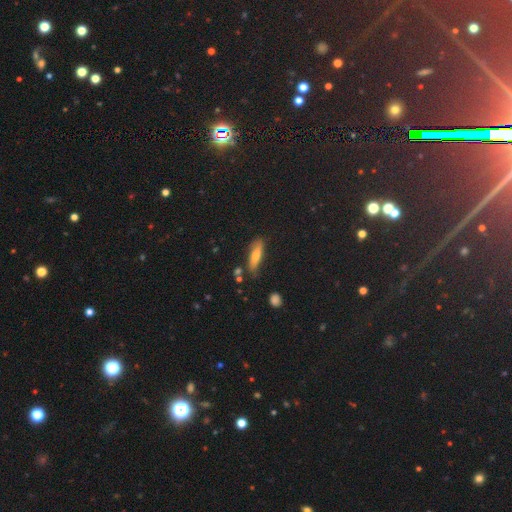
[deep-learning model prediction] A smooth galaxy with no disk features (76%) that is cigar-shaped (57%).

Vote fractions:
- Smooth or featured? smooth: 76% / featured or disk: 16% / star or artifact: 8%
- How rounded? cigar-shaped: 57% / in between: 40% / round: 3%
- Merging? none: 70% / minor disturbance: 21% / major disturbance: 5% / merger: 4%